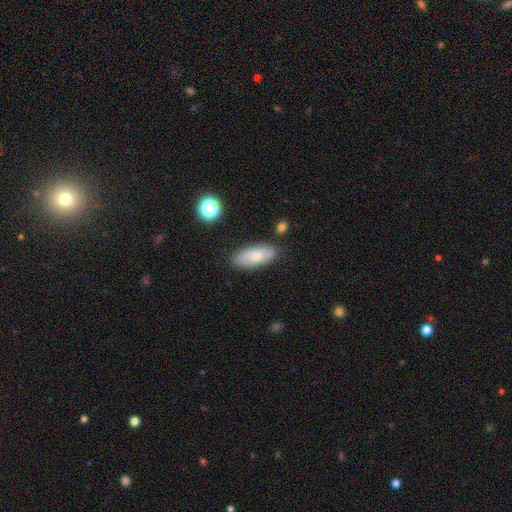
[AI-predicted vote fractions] smooth_or_featured: smooth (p=0.69) [alt: featured or disk p=0.24]
how_rounded: in between (p=0.86) [alt: cigar-shaped p=0.11]
merging: none (p=0.82) [alt: minor disturbance p=0.13]